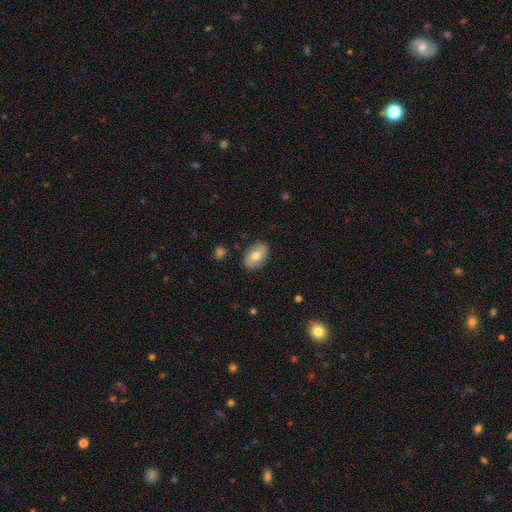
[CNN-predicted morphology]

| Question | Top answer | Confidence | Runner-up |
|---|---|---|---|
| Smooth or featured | smooth | 69% | featured or disk (24%) |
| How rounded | in between | 87% | round (12%) |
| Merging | none | 86% | minor disturbance (11%) |